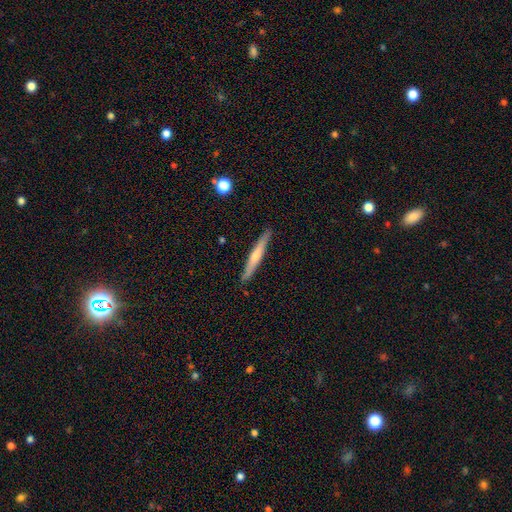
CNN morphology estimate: The model was most divided on "smooth or featured": featured or disk: 48%, smooth: 46%, star or artifact: 6%. More confident: merging — none (89%).